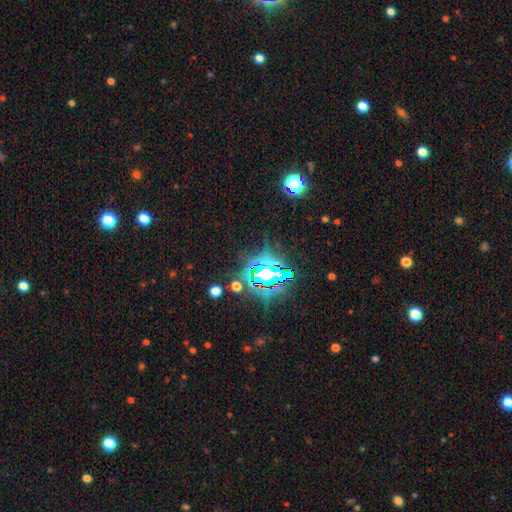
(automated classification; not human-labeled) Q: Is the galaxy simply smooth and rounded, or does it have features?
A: star or artifact — 82%.